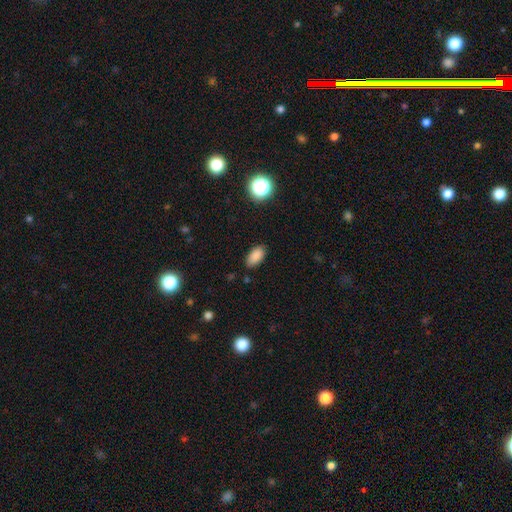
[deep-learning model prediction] This is clearly a smooth galaxy (86%). How rounded: clearly in between (92%). Merging: clearly none (84%).